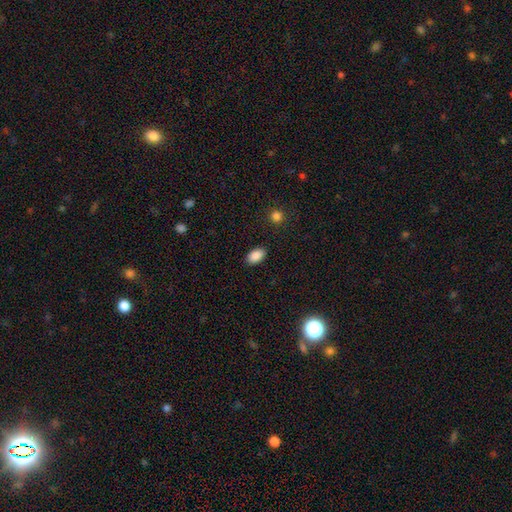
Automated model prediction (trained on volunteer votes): Smooth or featured: smooth — 88% (star or artifact — 8%)
How rounded: in between — 92% (round — 7%)
Merging: none — 88% (minor disturbance — 8%)